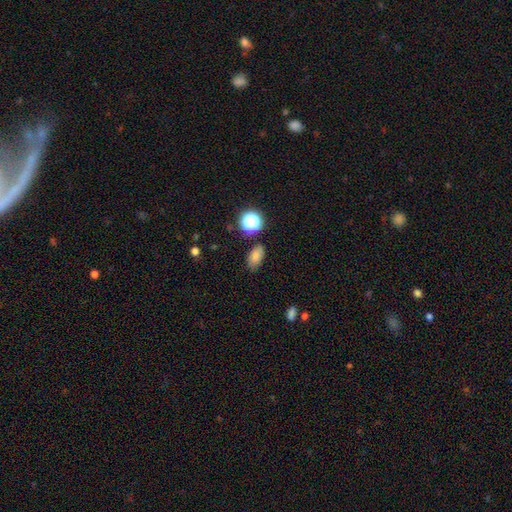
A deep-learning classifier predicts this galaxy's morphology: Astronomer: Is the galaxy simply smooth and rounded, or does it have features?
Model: smooth — 79%.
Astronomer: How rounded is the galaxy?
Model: in between — 86%.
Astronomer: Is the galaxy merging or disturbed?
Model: none — 76%.